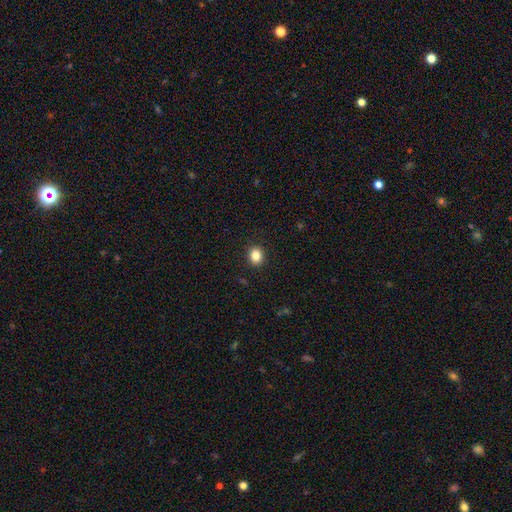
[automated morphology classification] The model was most divided on "how rounded": round: 62%, in between: 37%, cigar-shaped: 1%. More confident: merging — none (91%); smooth or featured — smooth (85%).